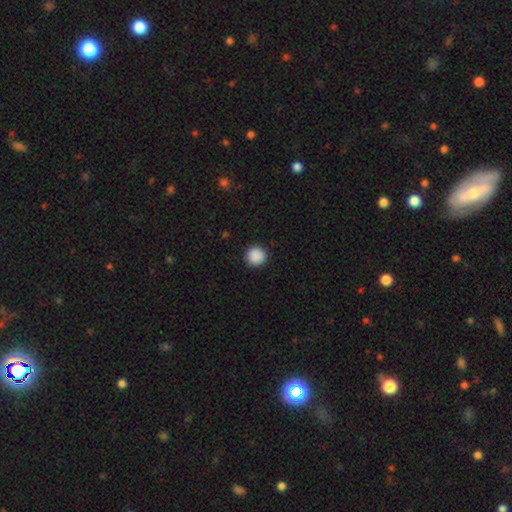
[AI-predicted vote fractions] smooth-or-featured: smooth: 89% | star or artifact: 8% | featured or disk: 2%
  how-rounded: round: 95% | in between: 4% | cigar-shaped: 1%
  merging: none: 92% | minor disturbance: 5% | major disturbance: 2% | merger: 1%